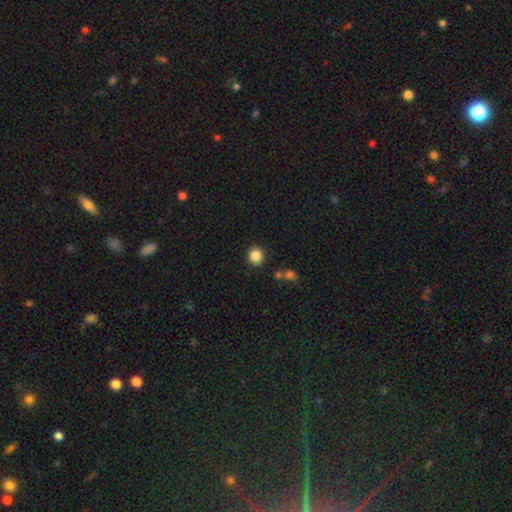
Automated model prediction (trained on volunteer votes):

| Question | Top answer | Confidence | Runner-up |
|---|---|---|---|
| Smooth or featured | smooth | 86% | star or artifact (10%) |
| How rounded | round | 90% | in between (9%) |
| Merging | none | 88% | minor disturbance (6%) |